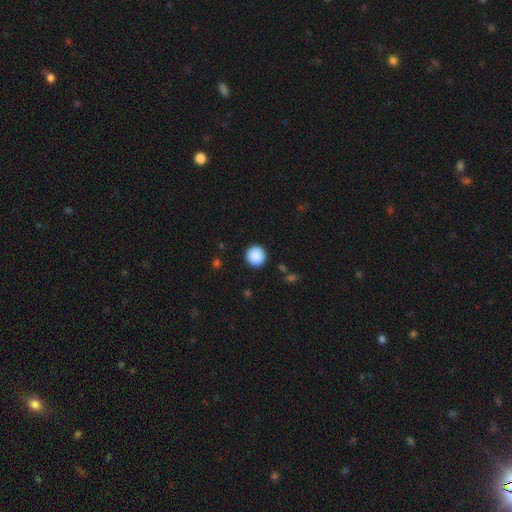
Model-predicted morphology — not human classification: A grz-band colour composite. It shows a smooth galaxy with no disk features (90%) that is round (95%). Merging: none (92%).